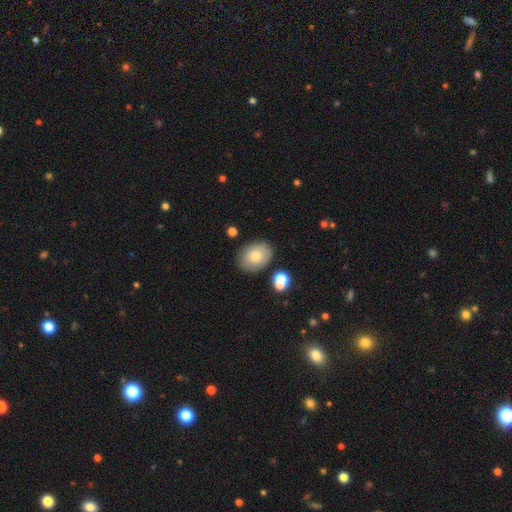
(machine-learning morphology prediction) A smooth galaxy with no disk features (76%) that is in between round and cigar-shaped (73%).

Vote fractions:
- Smooth or featured? smooth: 76% / featured or disk: 16% / star or artifact: 8%
- How rounded? in between: 73% / round: 26% / cigar-shaped: 1%
- Merging? none: 79% / minor disturbance: 13% / merger: 4% / major disturbance: 3%